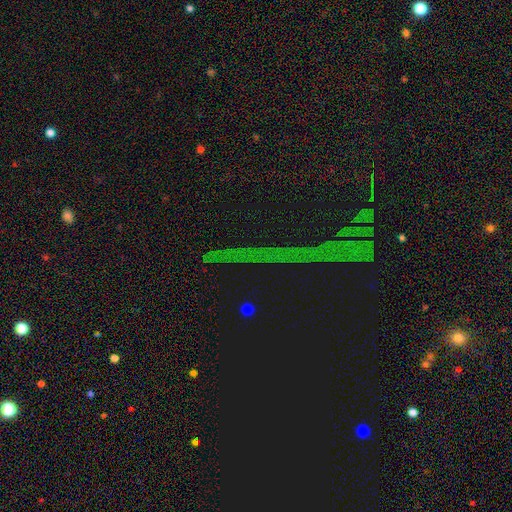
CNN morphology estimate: This appears to be a star or artifact, not a galaxy (81%).